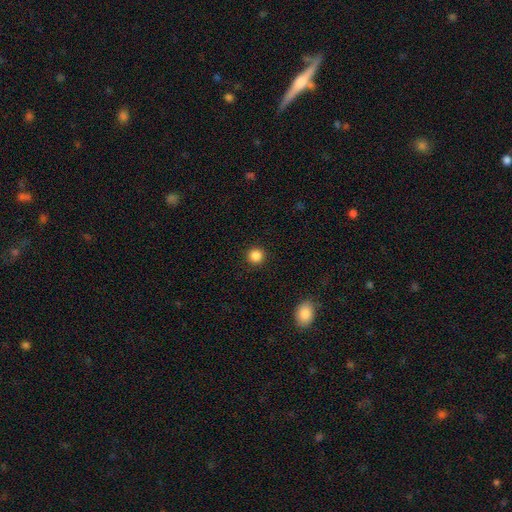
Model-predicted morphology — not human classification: Overall: smooth (86%). How rounded: round (94%). Merging: none (92%).